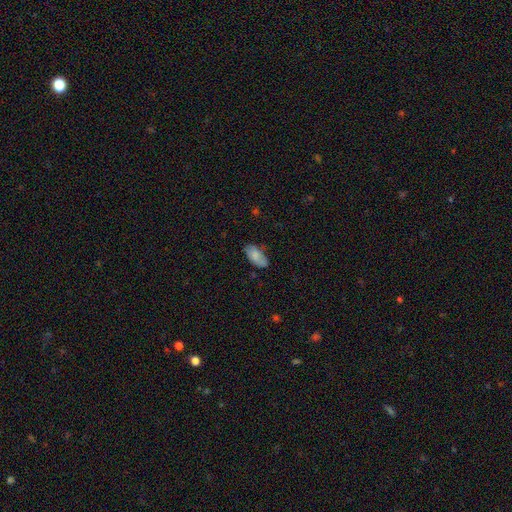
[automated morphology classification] A smooth galaxy with no disk features (78%) that is in between round and cigar-shaped (93%). Merging: none (72%).